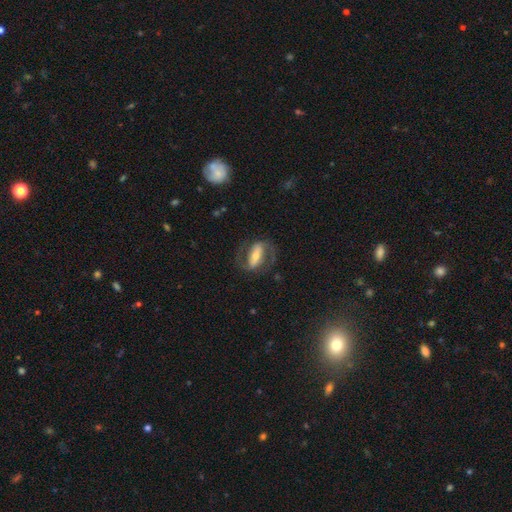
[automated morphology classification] This appears to be a featured or disk galaxy (80%) with a strong bar (67%), 2 (90%) medium (53%) spiral arms (88%) and a moderate central bulge (51%). Merging: none (74%).